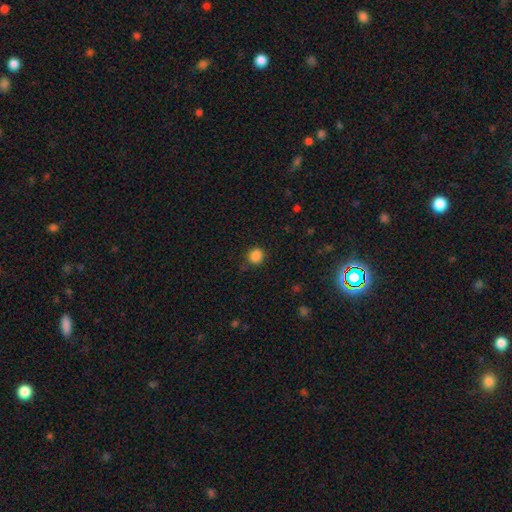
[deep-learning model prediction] A smooth galaxy with no disk features (86%) that is round (85%). Merging: none (83%).